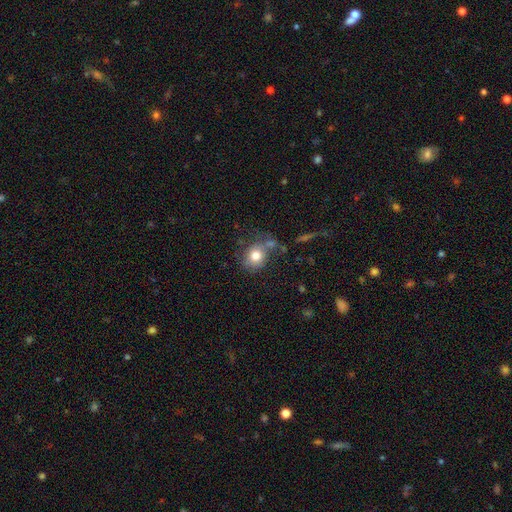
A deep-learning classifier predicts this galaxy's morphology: Smooth or featured? smooth (78%)
How rounded? round (70%)
Merging? none (57%)